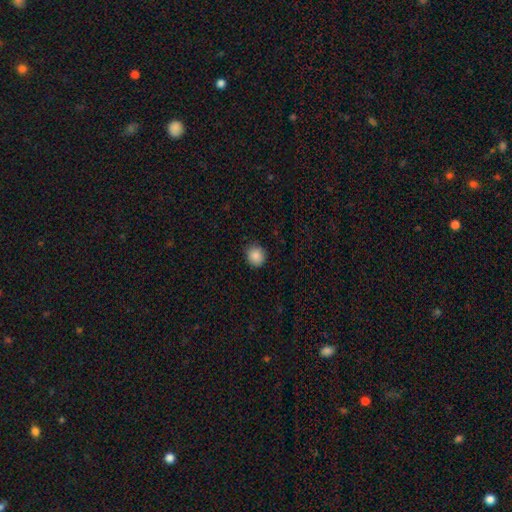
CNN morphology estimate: smooth-or-featured: smooth: 87% | star or artifact: 9% | featured or disk: 4%
  how-rounded: round: 85% | in between: 14% | cigar-shaped: 1%
  merging: none: 88% | minor disturbance: 9% | major disturbance: 2% | merger: 1%